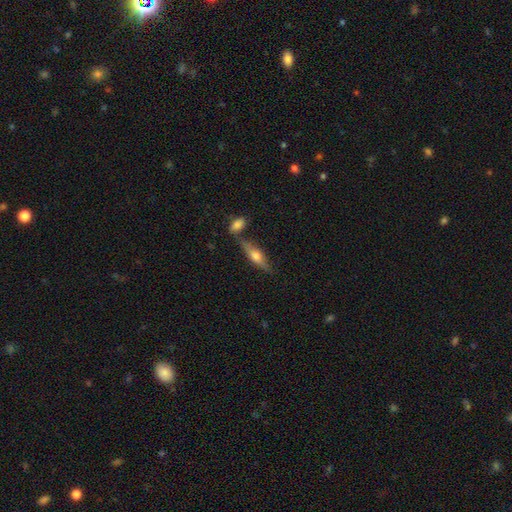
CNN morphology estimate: This appears to be a featured or disk galaxy (50%) viewed edge-on (91%). Merging: none (66%).